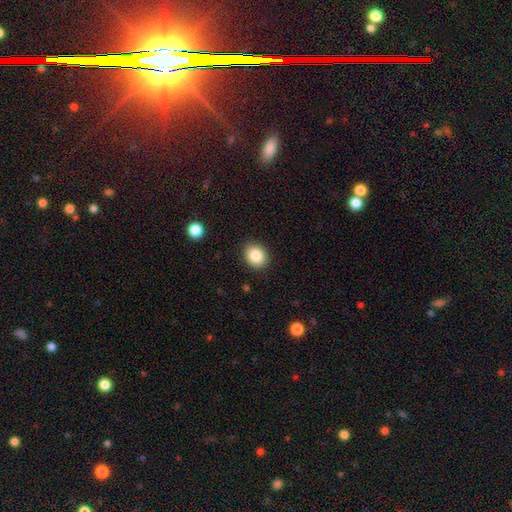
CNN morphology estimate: This appears to be a smooth galaxy with no disk features (85%) that is round (56%). Merging: none (89%).